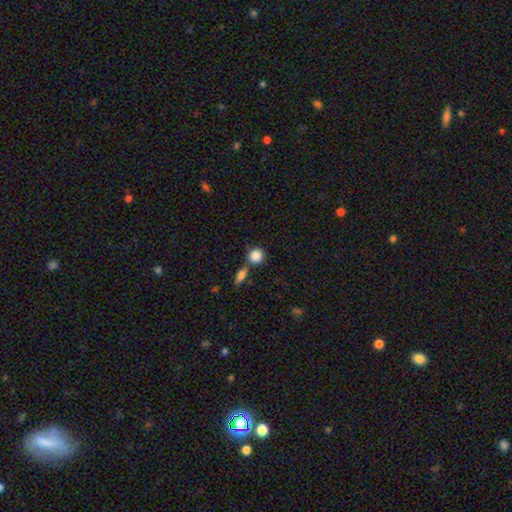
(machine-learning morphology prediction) The model was most divided on "merging": none: 59%, merger: 26%, minor disturbance: 11%, major disturbance: 4%. More confident: smooth or featured — smooth (86%); how rounded — round (83%).